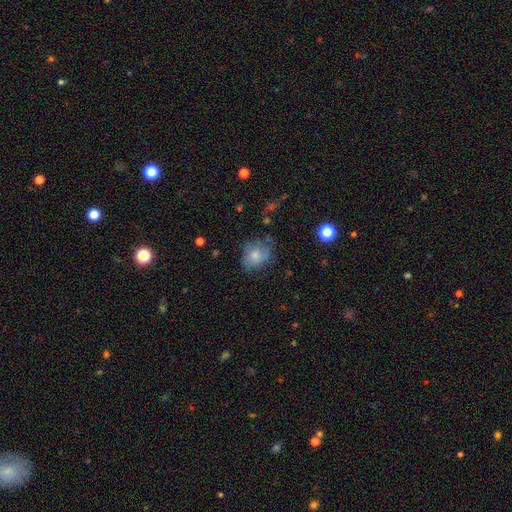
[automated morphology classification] smooth_or_featured: smooth (p=0.73) [alt: featured or disk p=0.18]
how_rounded: round (p=0.58) [alt: in between p=0.41]
merging: none (p=0.60) [alt: minor disturbance p=0.26]